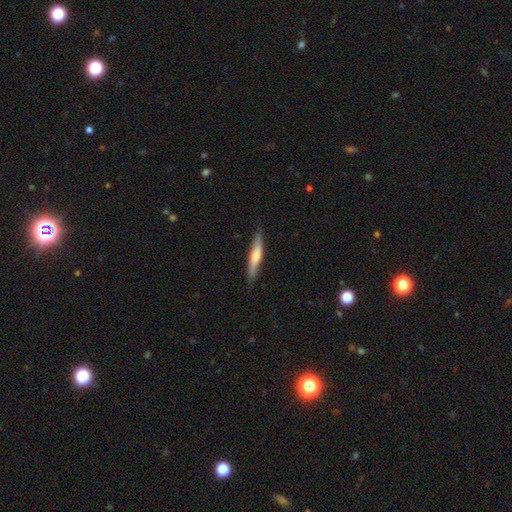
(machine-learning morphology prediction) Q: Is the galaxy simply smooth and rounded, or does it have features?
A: smooth — 51%.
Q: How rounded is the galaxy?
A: cigar-shaped — 89%.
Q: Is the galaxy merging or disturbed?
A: none — 85%.